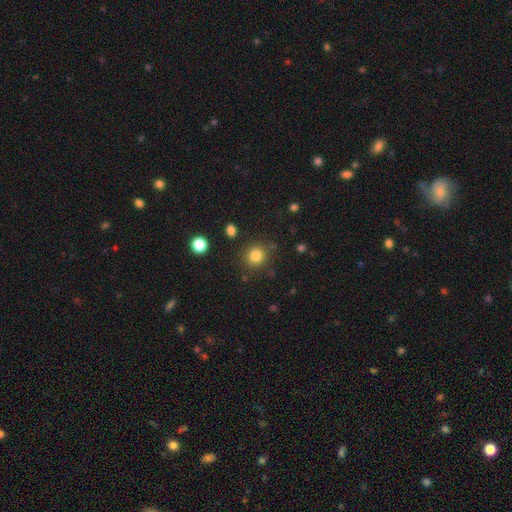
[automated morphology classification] Q: Smooth or featured?
A: smooth (83%); runner-up: star or artifact (12%)
Q: How rounded?
A: round (90%); runner-up: in between (9%)
Q: Merging?
A: none (85%); runner-up: minor disturbance (8%)